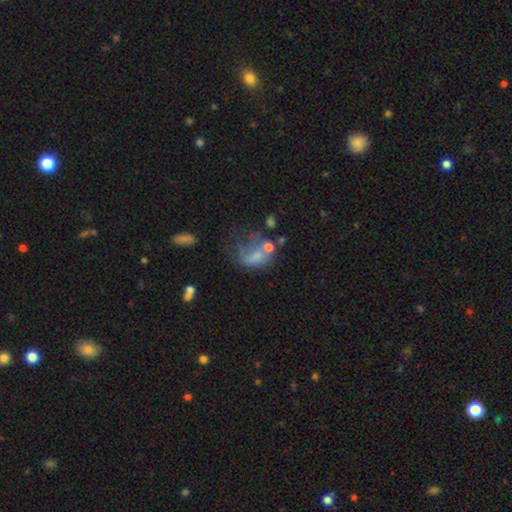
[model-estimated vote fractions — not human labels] Overall: smooth (51%; featured or disk 35%). How rounded: in between (69%). Merging: major disturbance (41%; merger 20%).